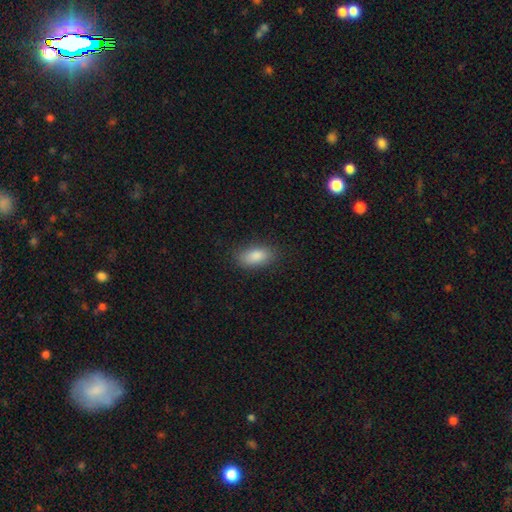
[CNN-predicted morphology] A smooth galaxy with no disk features (86%) that is in between round and cigar-shaped (88%). Merging: none (85%).